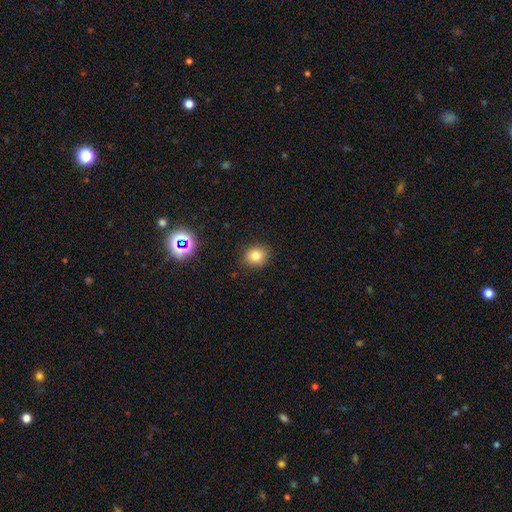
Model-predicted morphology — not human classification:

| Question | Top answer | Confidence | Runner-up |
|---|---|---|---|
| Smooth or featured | smooth | 79% | star or artifact (14%) |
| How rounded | round | 71% | in between (28%) |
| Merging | none | 85% | minor disturbance (11%) |